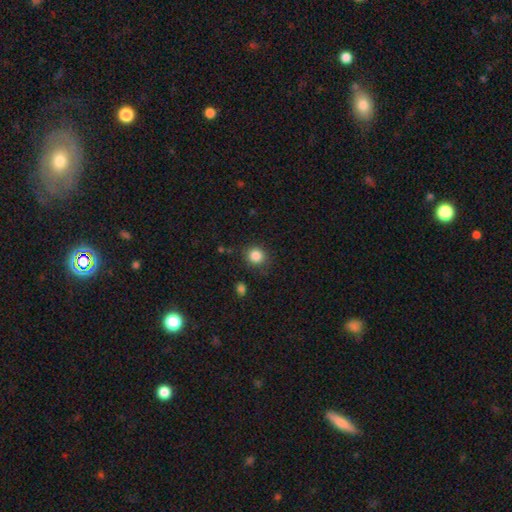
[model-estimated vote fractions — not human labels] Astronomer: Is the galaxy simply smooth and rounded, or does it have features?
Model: smooth — 85%.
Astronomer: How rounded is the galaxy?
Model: round — 85%.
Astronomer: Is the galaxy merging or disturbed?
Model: none — 83%.